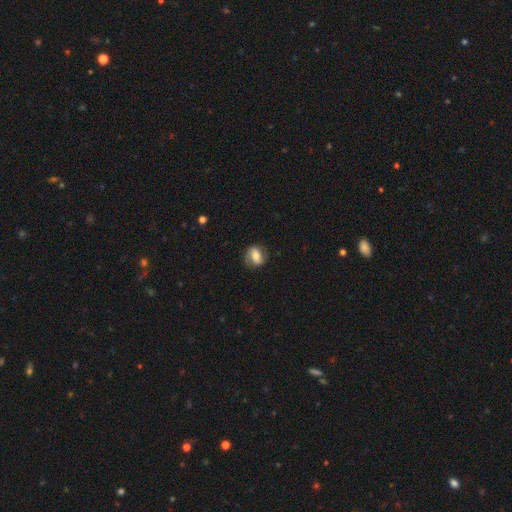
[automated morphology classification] type=smooth (50%); roundness=in between (55%); merging=none (79%).